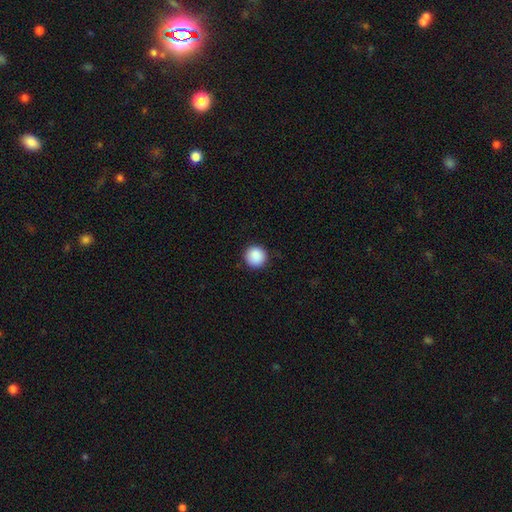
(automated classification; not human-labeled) This is clearly a smooth galaxy (89%). How rounded: clearly round (95%). Merging: clearly none (91%).